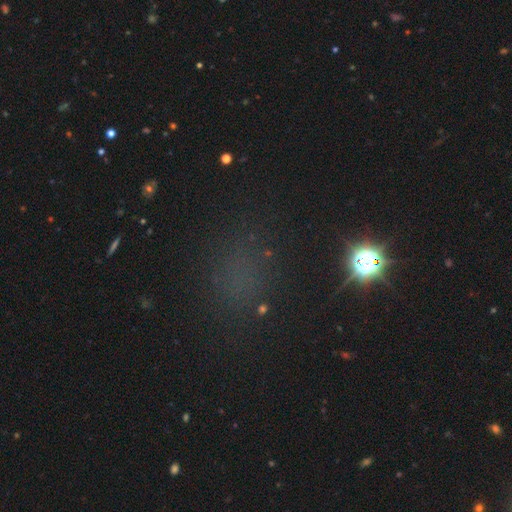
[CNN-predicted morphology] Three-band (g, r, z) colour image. It shows a star or artifact, not a galaxy (48%).